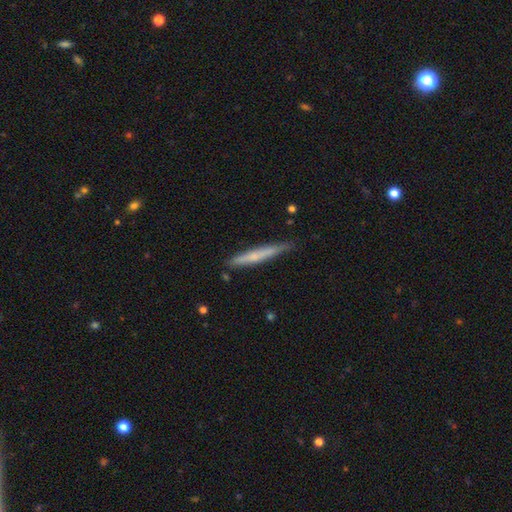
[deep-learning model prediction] Smooth or featured?
  - smooth: 57% *
  - featured or disk: 37%
  - star or artifact: 6%
How rounded?
  - cigar-shaped: 96% *
  - in between: 3%
  - round: 1%
Merging?
  - none: 79% *
  - minor disturbance: 17%
  - major disturbance: 2%
  - merger: 2%